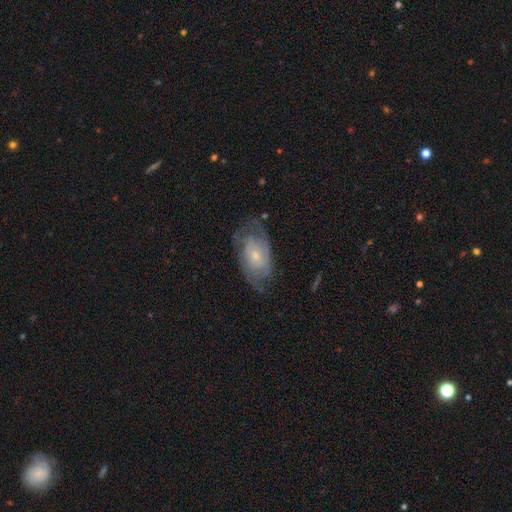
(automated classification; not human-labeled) smooth-or-featured: featured or disk: 71% | smooth: 23% | star or artifact: 6%
  disk-edge-on: no: 95% | yes: 5%
    bar: no: 72% | weak: 23% | strong: 4%
    has-spiral-arms: yes: 82% | no: 18%
      spiral-winding: tight: 52% | medium: 35% | loose: 13%
      spiral-arm-count: can't tell: 42% | 2: 40% | 3: 8% | 1: 4% | 4: 4% | more than 4: 3%
    bulge-size: small: 66% | moderate: 27% | none: 3% | large: 2% | dominant: 1%
  merging: none: 61% | minor disturbance: 23% | major disturbance: 15% | merger: 1%